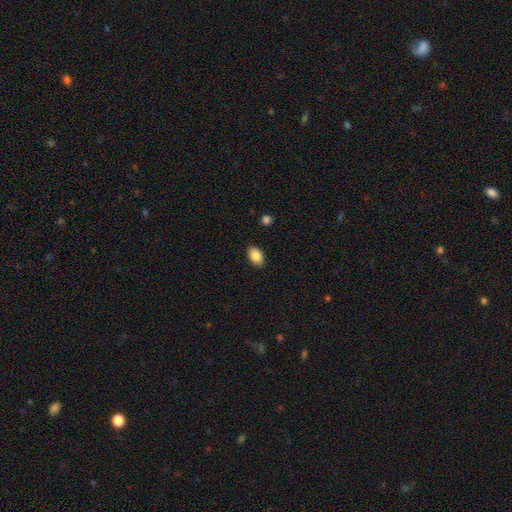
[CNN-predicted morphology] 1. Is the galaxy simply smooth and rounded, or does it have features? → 88% smooth, 8% star or artifact, 4% featured or disk.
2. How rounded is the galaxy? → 87% in between, 11% round, 1% cigar-shaped.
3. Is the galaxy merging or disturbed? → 88% none, 9% minor disturbance, 2% major disturbance, 1% merger.